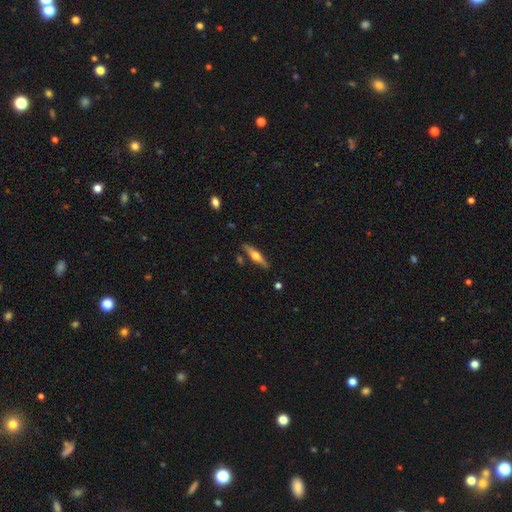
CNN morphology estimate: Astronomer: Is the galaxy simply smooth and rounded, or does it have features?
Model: featured or disk — 63%.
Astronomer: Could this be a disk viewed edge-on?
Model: yes — 95%.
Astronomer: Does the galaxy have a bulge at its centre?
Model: rounded — 94%.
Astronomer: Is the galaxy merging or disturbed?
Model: none — 85%.